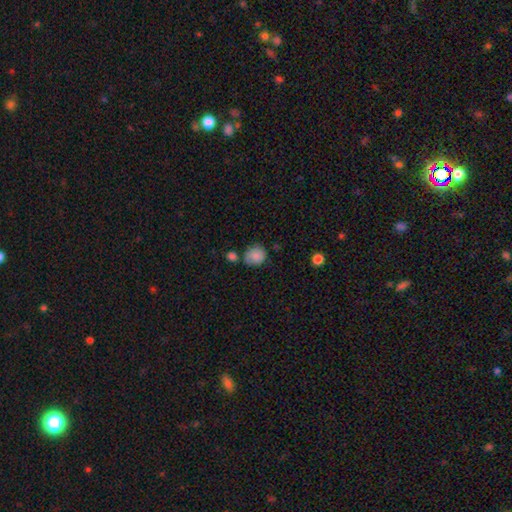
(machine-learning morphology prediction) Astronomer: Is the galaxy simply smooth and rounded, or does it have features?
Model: smooth — 86%.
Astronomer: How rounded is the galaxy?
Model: round — 80%.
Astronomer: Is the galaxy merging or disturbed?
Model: none — 63%.